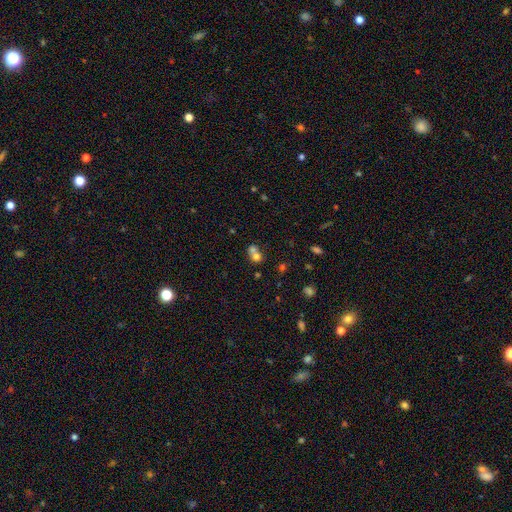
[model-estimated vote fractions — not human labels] This is likely a smooth galaxy (69%). How rounded: likely round (71%). Merging: likely merger (65%).